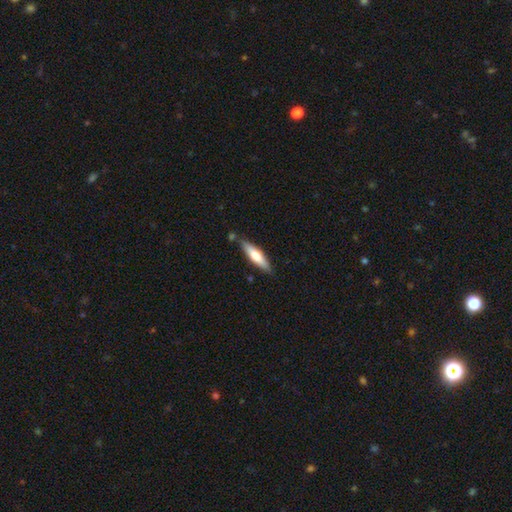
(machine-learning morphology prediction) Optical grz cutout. It shows a smooth galaxy with no disk features (61%) that is cigar-shaped (73%). Merging: none (79%).